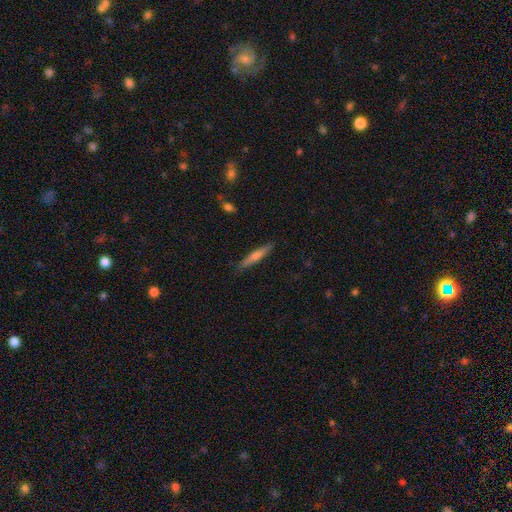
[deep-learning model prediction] Overall: featured or disk (52%; smooth 41%). Edge-on disk: yes (96%). Merging: none (89%).